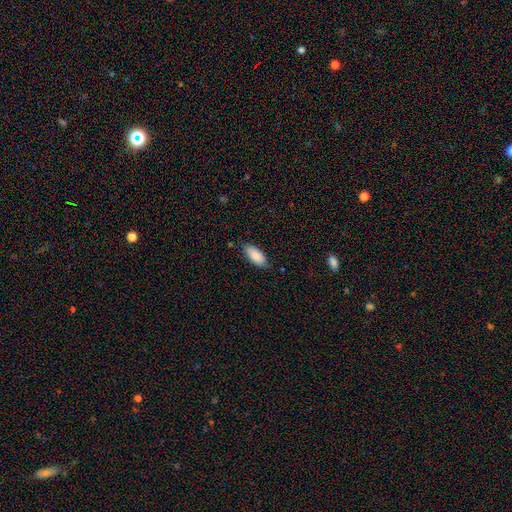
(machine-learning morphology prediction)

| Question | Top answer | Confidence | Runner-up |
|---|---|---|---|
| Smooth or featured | smooth | 89% | star or artifact (6%) |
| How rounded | in between | 88% | cigar-shaped (10%) |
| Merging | none | 81% | minor disturbance (15%) |